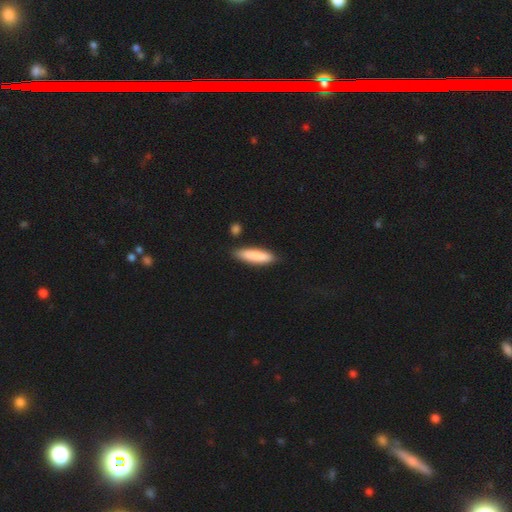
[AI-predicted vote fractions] Overall: smooth (86%). How rounded: cigar-shaped (70%). Merging: none (85%).